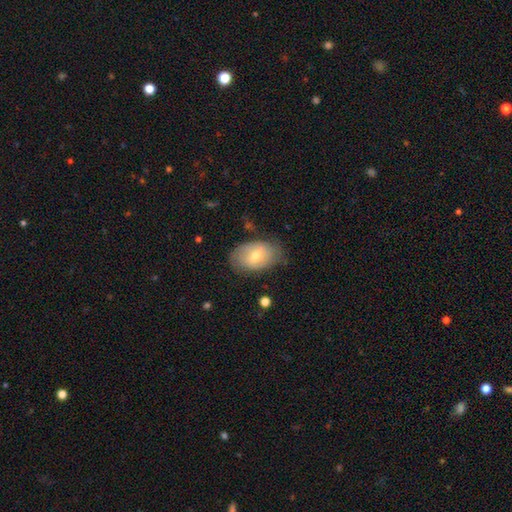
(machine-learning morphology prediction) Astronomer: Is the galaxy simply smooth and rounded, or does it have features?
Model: smooth — 53% (runner-up: featured or disk, 39%).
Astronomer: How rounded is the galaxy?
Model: in between — 87%.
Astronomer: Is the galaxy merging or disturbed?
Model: none — 70%.